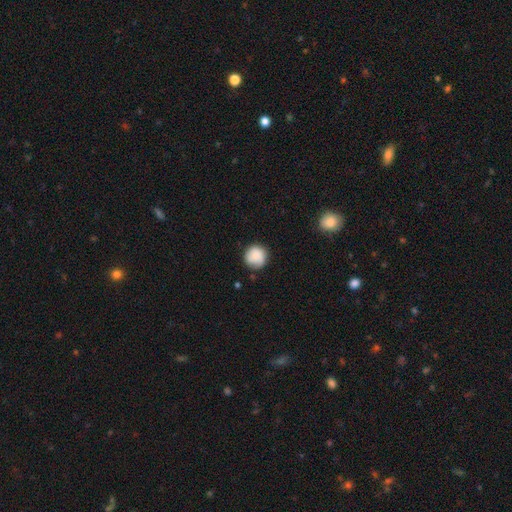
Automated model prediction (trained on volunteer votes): A smooth galaxy with no disk features (84%) that is round (93%).

Vote fractions:
- Smooth or featured? smooth: 84% / featured or disk: 9% / star or artifact: 7%
- How rounded? round: 93% / in between: 6% / cigar-shaped: 1%
- Merging? none: 78% / minor disturbance: 16% / major disturbance: 4% / merger: 2%